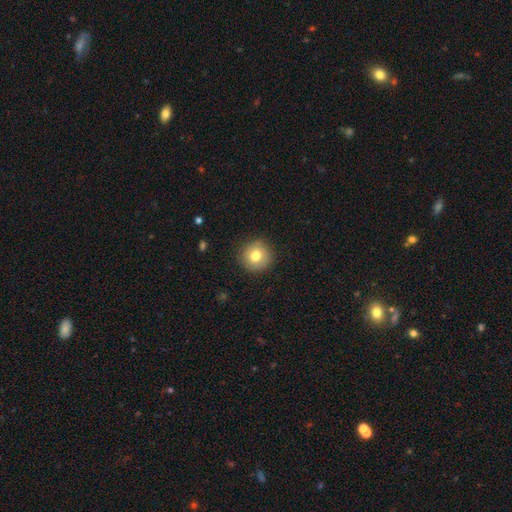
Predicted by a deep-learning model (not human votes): This appears to be a smooth galaxy with no disk features (78%) that is round (94%). Merging: none (88%).